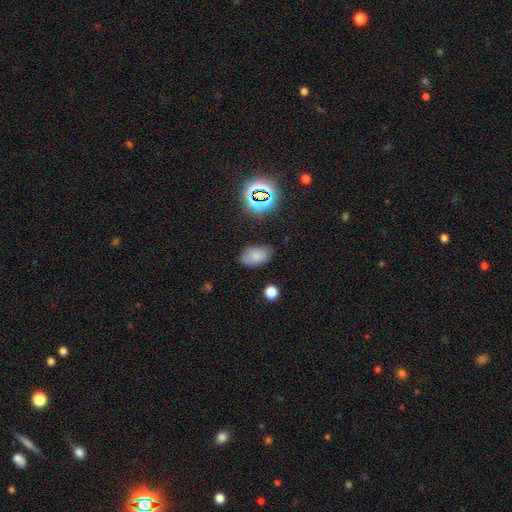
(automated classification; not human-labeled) Smooth or featured: smooth — 77% (star or artifact — 15%)
How rounded: in between — 92% (round — 6%)
Merging: none — 78% (minor disturbance — 16%)